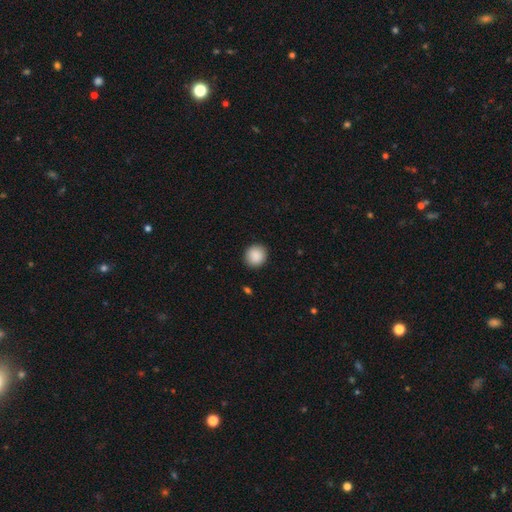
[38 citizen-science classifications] A smooth galaxy with no disk features (95%) that is round (94%). Merging: none (97%).